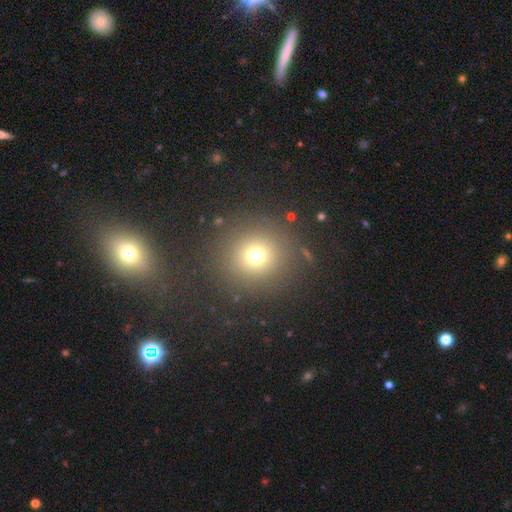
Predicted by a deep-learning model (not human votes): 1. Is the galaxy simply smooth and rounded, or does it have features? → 69% smooth, 21% star or artifact, 10% featured or disk.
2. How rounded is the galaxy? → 93% round, 6% in between, 1% cigar-shaped.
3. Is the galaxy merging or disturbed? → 85% none, 7% minor disturbance, 5% major disturbance, 2% merger.